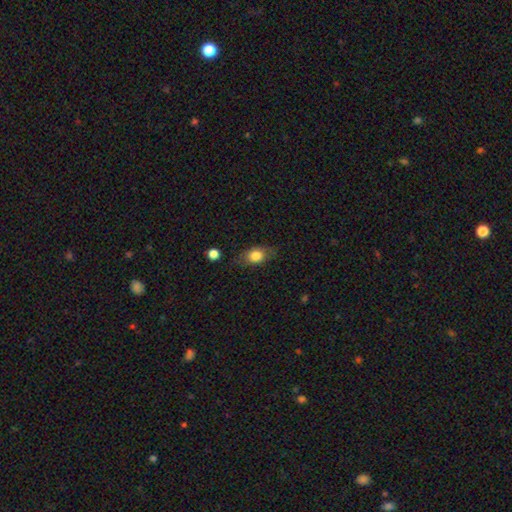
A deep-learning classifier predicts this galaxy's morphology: smooth_or_featured: smooth (p=0.74) [alt: featured or disk p=0.18]
how_rounded: in between (p=0.72) [alt: round p=0.24]
merging: none (p=0.70) [alt: minor disturbance p=0.22]